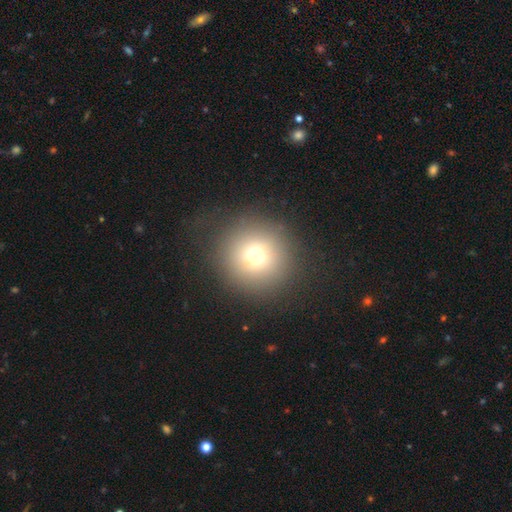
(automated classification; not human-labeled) Q: Smooth or featured?
A: smooth (72%); runner-up: star or artifact (17%)
Q: How rounded?
A: round (96%); runner-up: in between (3%)
Q: Merging?
A: none (88%); runner-up: minor disturbance (7%)